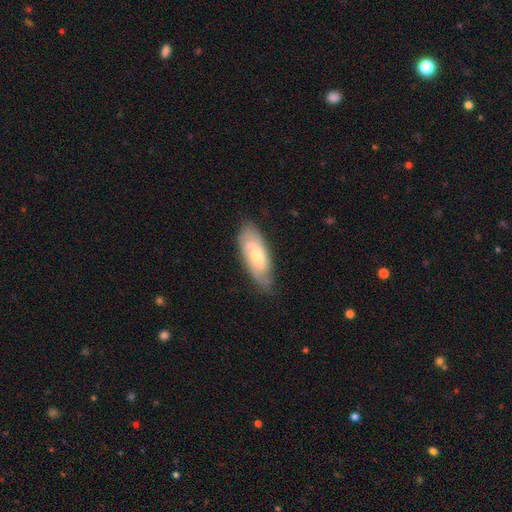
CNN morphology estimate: smooth_or_featured: featured or disk (p=0.55) [alt: smooth p=0.39]
disk_edge_on: no (p=0.84) [alt: yes p=0.16]
merging: none (p=0.73) [alt: minor disturbance p=0.21]